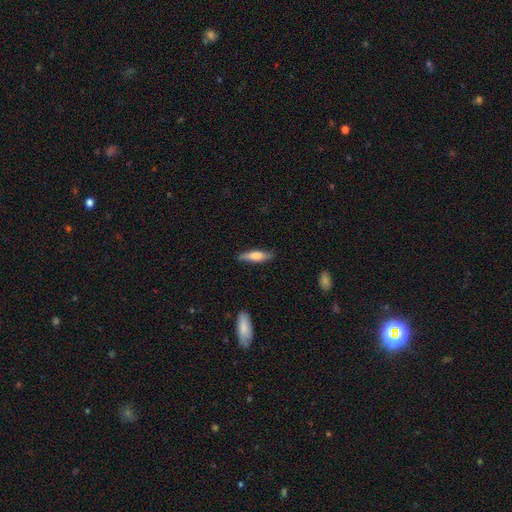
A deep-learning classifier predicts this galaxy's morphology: smooth 62%, featured or disk 32%, star or artifact 6%. Down the decision tree: how rounded — cigar-shaped (64%); merging — none (79%).